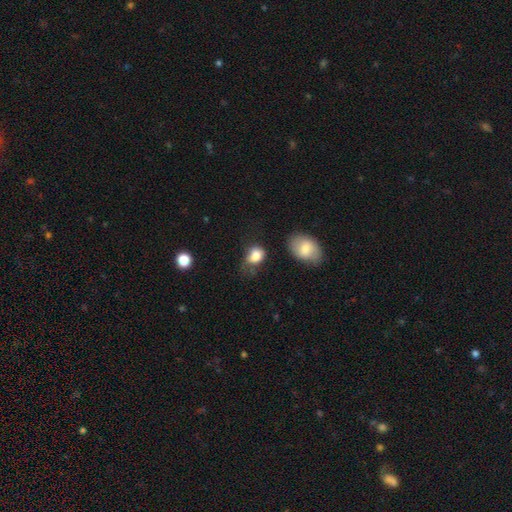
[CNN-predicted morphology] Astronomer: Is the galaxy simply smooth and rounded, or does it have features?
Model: smooth — 81%.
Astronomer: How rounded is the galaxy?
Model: in between — 60% (runner-up: round, 39%).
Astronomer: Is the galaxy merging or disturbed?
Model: none — 37% (runner-up: minor disturbance, 34%).